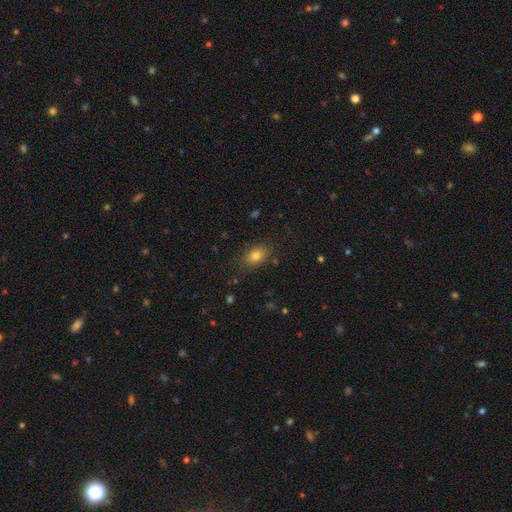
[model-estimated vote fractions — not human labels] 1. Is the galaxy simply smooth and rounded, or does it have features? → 80% smooth, 11% star or artifact, 9% featured or disk.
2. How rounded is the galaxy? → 81% in between, 17% round, 2% cigar-shaped.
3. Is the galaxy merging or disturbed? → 82% none, 13% minor disturbance, 4% major disturbance, 2% merger.